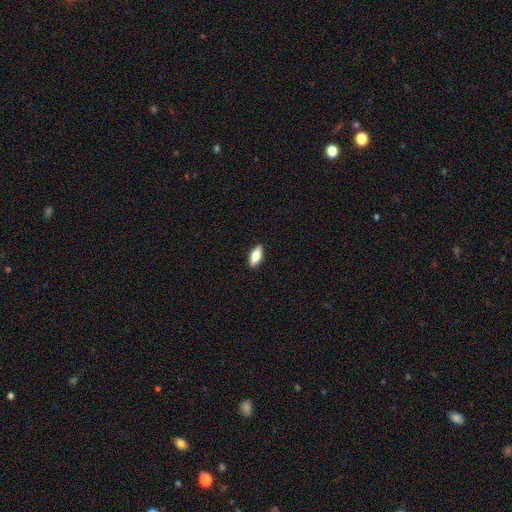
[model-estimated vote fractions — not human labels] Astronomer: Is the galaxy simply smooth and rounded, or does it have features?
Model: smooth — 66%.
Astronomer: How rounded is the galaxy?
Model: in between — 70%.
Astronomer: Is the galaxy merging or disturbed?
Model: none — 89%.